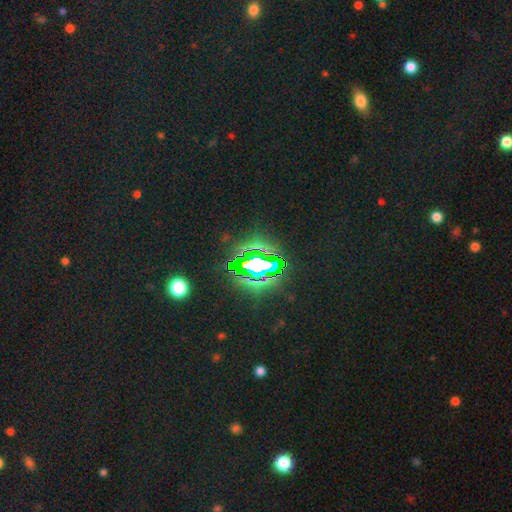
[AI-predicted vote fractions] This appears to be a star or artifact, not a galaxy (82%).